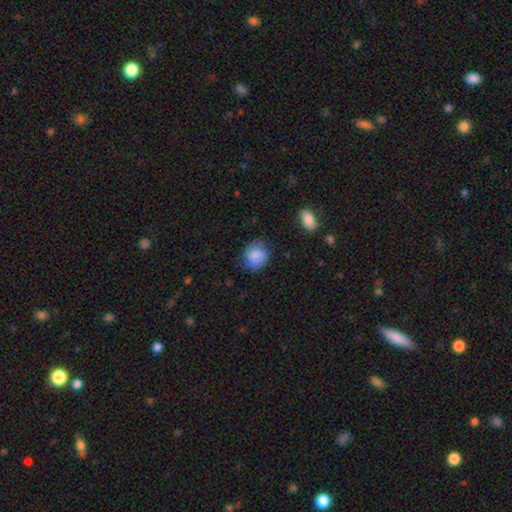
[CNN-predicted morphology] This is likely a smooth galaxy (70%). How rounded: likely round (78%). Merging: likely none (71%).